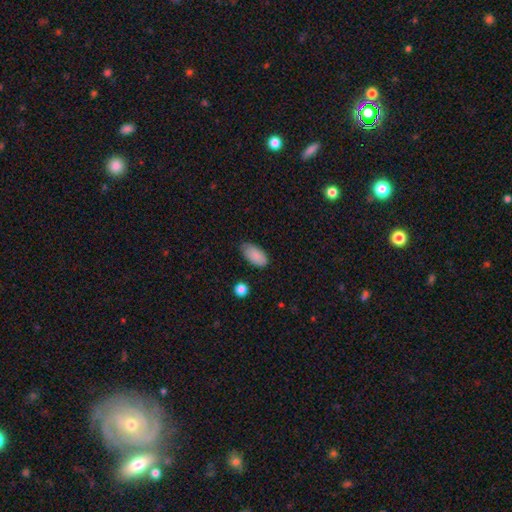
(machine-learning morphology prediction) Smooth or featured? smooth (87%)
How rounded? in between (94%)
Merging? none (72%)